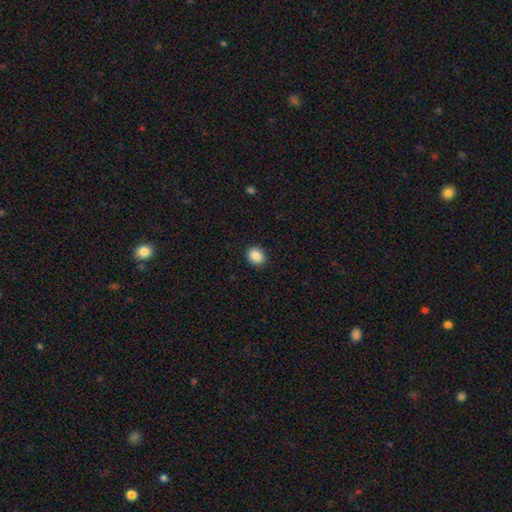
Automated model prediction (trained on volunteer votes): Q: Smooth or featured?
A: smooth (87%); runner-up: star or artifact (9%)
Q: How rounded?
A: round (60%); runner-up: in between (39%)
Q: Merging?
A: none (90%); runner-up: minor disturbance (7%)